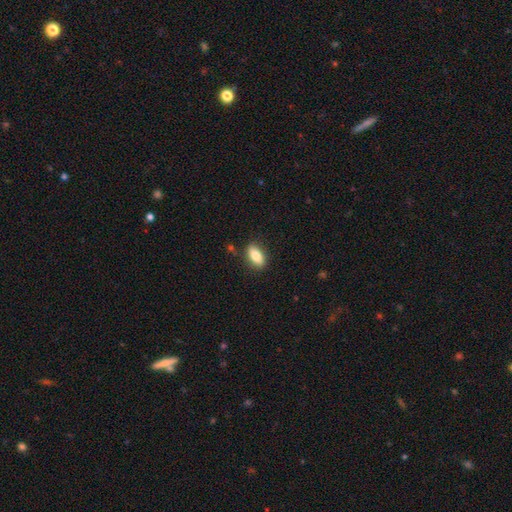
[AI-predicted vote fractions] Q: Smooth or featured?
A: smooth (81%); runner-up: featured or disk (12%)
Q: How rounded?
A: in between (86%); runner-up: cigar-shaped (10%)
Q: Merging?
A: none (85%); runner-up: minor disturbance (11%)